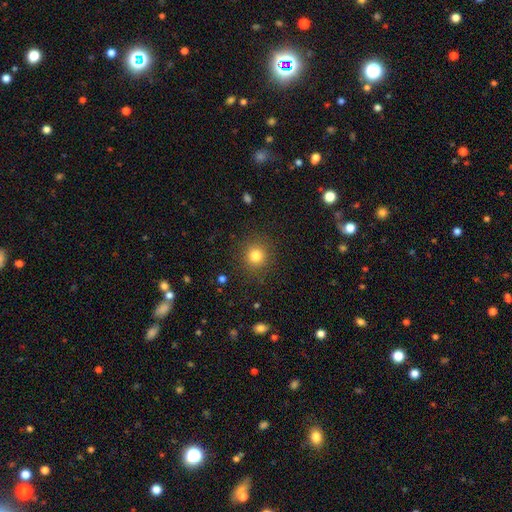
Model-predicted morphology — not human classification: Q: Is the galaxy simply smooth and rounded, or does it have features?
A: smooth — 81%.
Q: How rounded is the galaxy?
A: round — 93%.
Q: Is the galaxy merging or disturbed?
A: none — 89%.